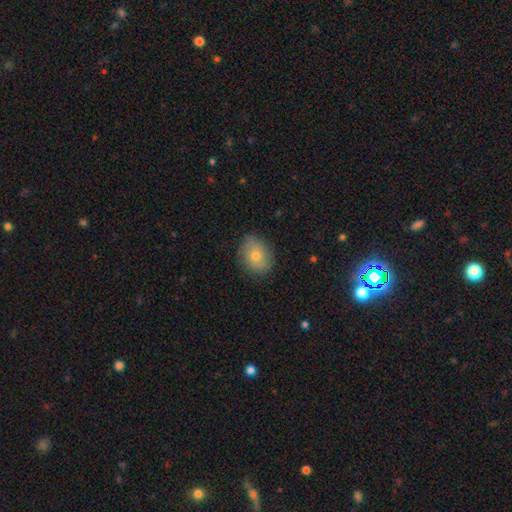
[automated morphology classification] Smooth or featured? smooth (68%)
How rounded? in between (54%)
Merging? none (83%)